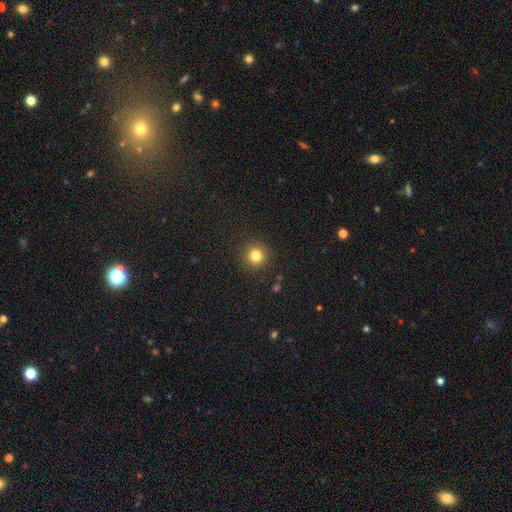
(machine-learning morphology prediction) Q: Smooth or featured?
A: smooth (81%); runner-up: star or artifact (13%)
Q: How rounded?
A: round (95%); runner-up: in between (5%)
Q: Merging?
A: none (91%); runner-up: minor disturbance (5%)